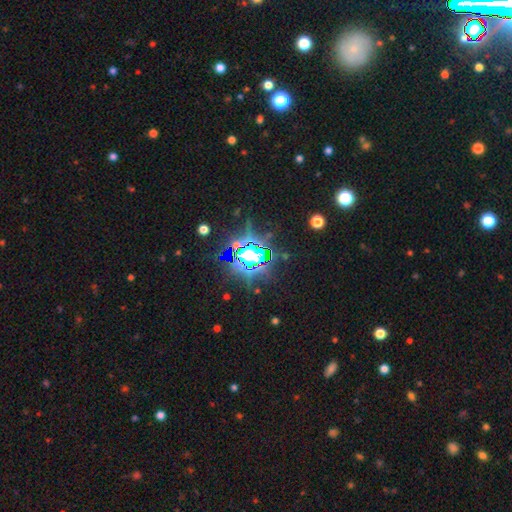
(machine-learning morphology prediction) Q: Smooth or featured?
A: star or artifact (83%); runner-up: smooth (9%)